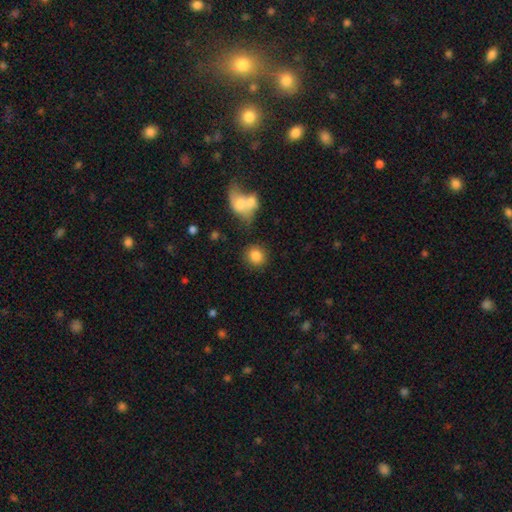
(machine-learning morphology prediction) The model was most divided on "how rounded": round: 83%, in between: 16%, cigar-shaped: 1%. More confident: smooth or featured — smooth (84%); merging — none (80%).